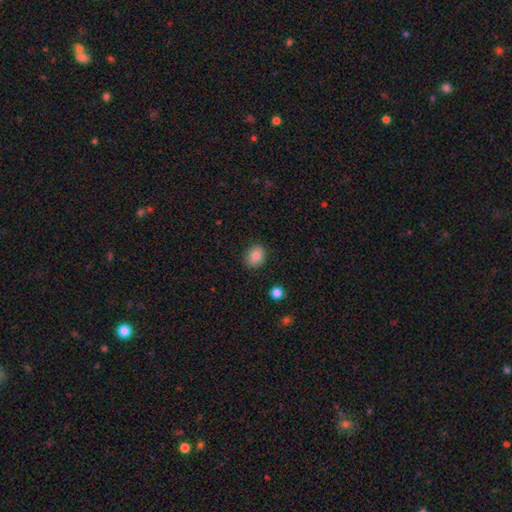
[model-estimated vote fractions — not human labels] Overall: smooth (84%). How rounded: round (65%; in between 34%). Merging: none (88%).